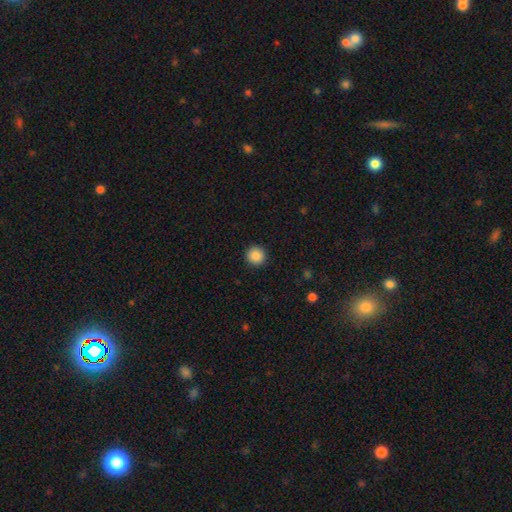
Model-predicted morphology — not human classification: Smooth or featured? Predicted: smooth (p=0.88). How rounded? Predicted: round (p=0.95). Merging? Predicted: none (p=0.92).